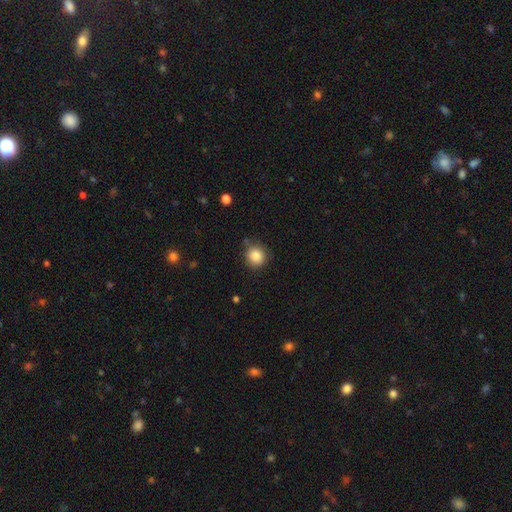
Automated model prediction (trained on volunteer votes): A smooth galaxy with no disk features (85%) that is round (90%). Merging: none (81%).